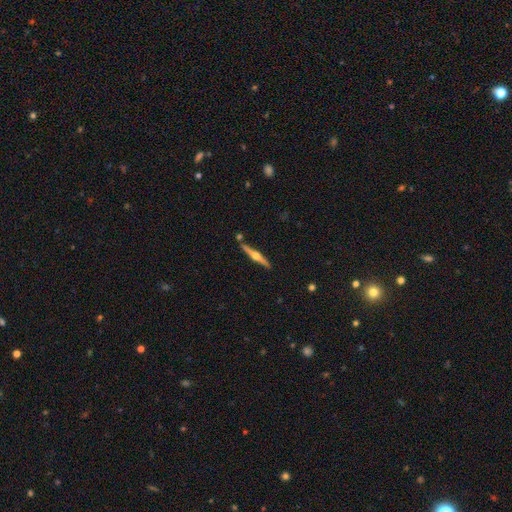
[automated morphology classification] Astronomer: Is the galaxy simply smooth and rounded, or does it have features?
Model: featured or disk — 77%.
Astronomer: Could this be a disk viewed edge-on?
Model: yes — 98%.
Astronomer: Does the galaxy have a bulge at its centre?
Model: rounded — 94%.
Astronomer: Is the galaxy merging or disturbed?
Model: none — 85%.